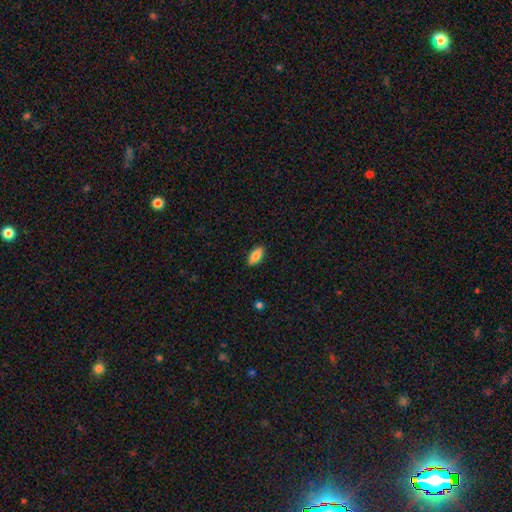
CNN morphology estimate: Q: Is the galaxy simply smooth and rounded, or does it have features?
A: smooth — 83%.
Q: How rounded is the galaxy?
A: in between — 86%.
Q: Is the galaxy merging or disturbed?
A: none — 90%.